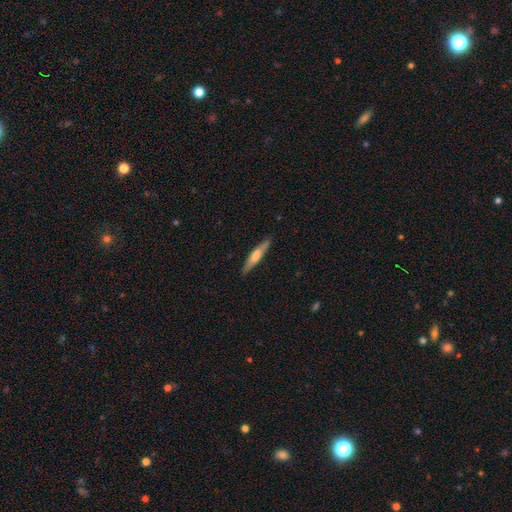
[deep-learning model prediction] smooth-or-featured: smooth: 50% | featured or disk: 44% | star or artifact: 6%
  how-rounded: cigar-shaped: 89% | in between: 10% | round: 2%
  merging: none: 87% | minor disturbance: 10% | major disturbance: 2% | merger: 1%